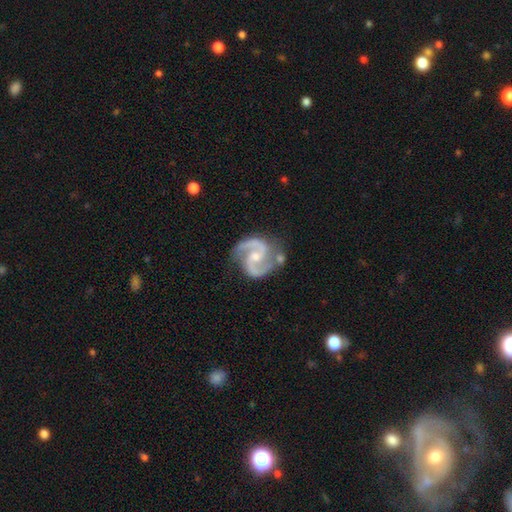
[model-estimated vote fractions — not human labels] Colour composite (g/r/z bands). It shows a featured or disk galaxy (93%) with no bar (46%), 2 (94%) medium (66%) spiral arms (99%) and a small central bulge (48%). Merging: none (73%).